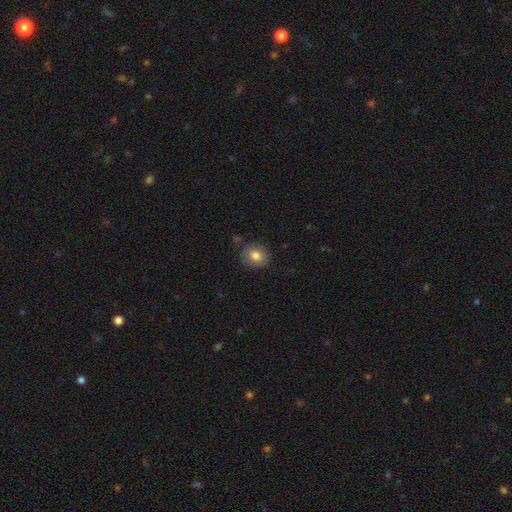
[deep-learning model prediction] Q: Smooth or featured?
A: smooth (81%); runner-up: featured or disk (11%)
Q: How rounded?
A: round (64%); runner-up: in between (35%)
Q: Merging?
A: none (82%); runner-up: minor disturbance (12%)